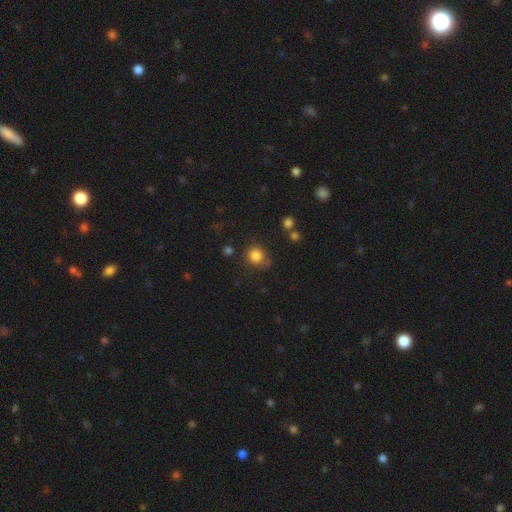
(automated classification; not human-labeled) Overall: smooth (84%). How rounded: round (83%). Merging: none (68%).